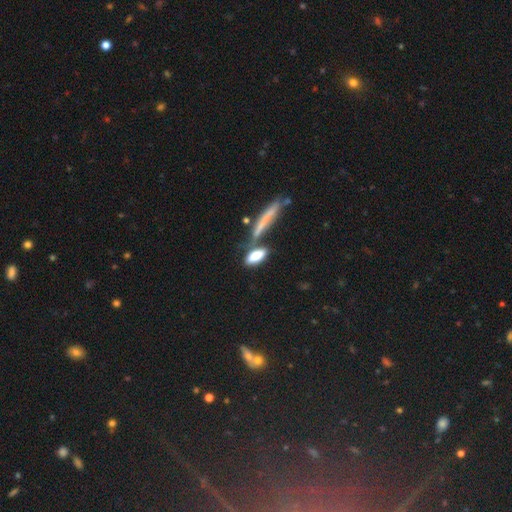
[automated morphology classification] This is likely a smooth galaxy (76%). How rounded: likely in between (68%). Merging: possibly none (52%).